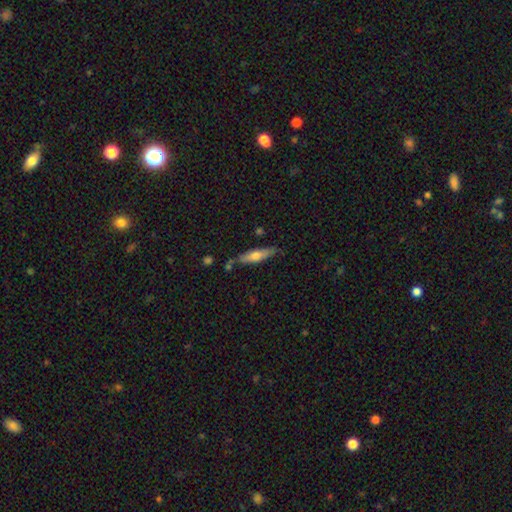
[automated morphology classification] Smooth or featured? smooth (56%)
How rounded? cigar-shaped (74%)
Merging? none (75%)